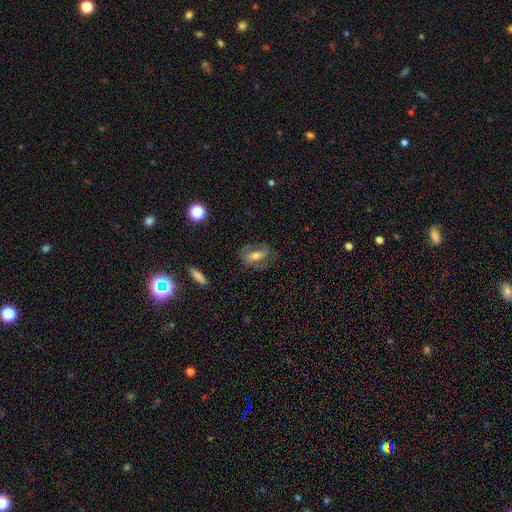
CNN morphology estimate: This appears to be a featured or disk galaxy (55%). Merging: none (69%).